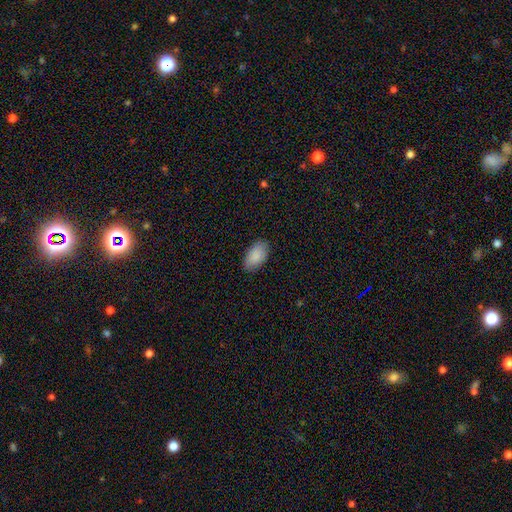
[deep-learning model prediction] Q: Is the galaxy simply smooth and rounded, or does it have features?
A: smooth — 87%.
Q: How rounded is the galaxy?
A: in between — 95%.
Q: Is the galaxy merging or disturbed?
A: none — 85%.